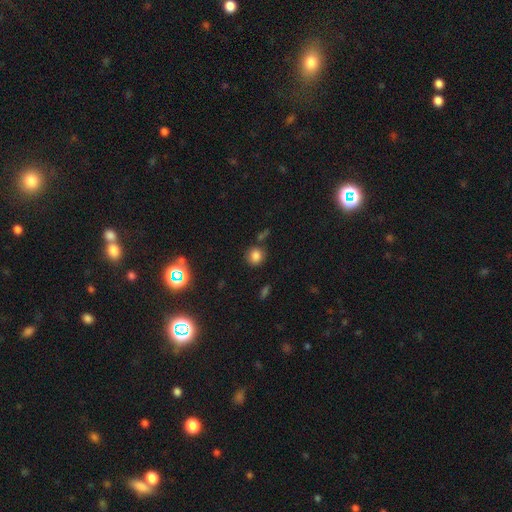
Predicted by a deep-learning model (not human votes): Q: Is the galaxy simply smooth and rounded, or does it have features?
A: smooth — 81%.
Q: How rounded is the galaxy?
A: round — 83%.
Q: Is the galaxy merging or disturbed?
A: none — 76%.